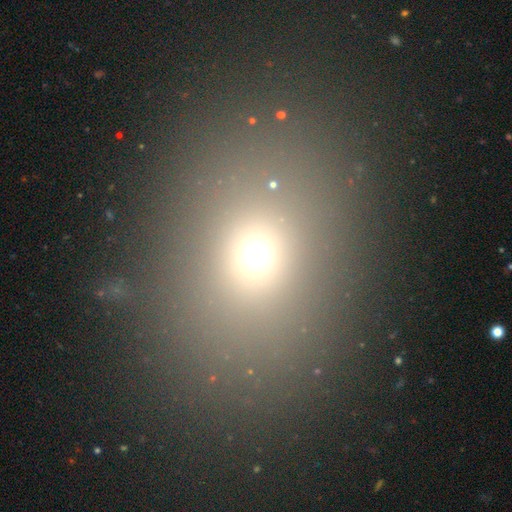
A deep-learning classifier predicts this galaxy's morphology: Smooth or featured? smooth (66%)
How rounded? in between (53%)
Merging? none (80%)